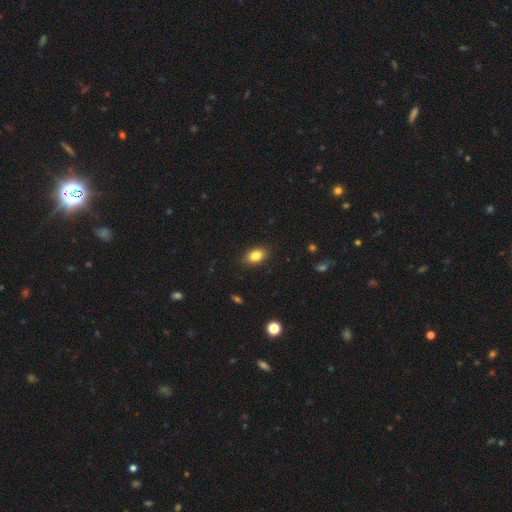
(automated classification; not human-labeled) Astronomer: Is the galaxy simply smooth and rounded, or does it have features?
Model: smooth — 85%.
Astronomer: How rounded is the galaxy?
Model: in between — 83%.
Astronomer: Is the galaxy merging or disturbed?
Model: none — 87%.